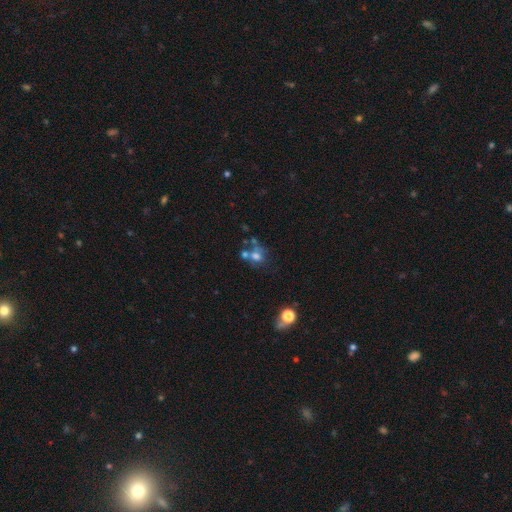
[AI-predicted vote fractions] Smooth or featured?
  - smooth: 59% *
  - featured or disk: 22%
  - star or artifact: 19%
How rounded?
  - round: 62% *
  - in between: 36%
  - cigar-shaped: 1%
Merging?
  - none: 40% *
  - merger: 36%
  - minor disturbance: 13%
  - major disturbance: 11%